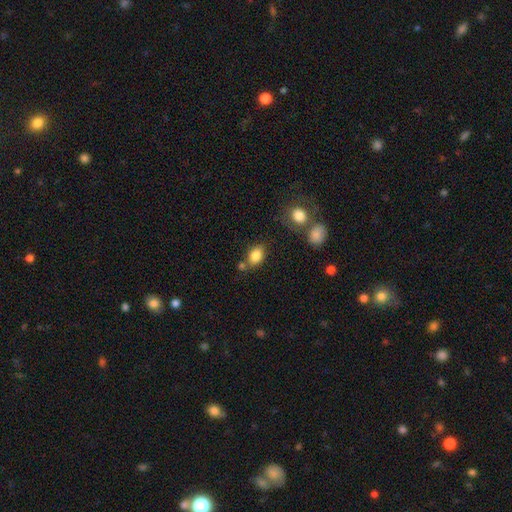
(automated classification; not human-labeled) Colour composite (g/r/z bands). It shows a smooth galaxy with no disk features (83%) that is in between round and cigar-shaped (76%). Merging: none (65%).